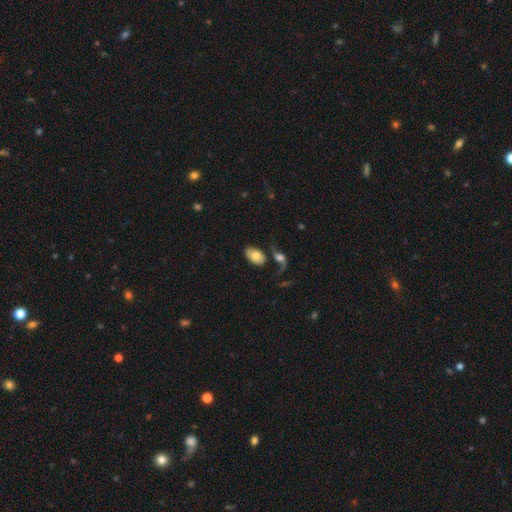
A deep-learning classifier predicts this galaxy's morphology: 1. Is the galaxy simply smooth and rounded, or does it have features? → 70% smooth, 23% featured or disk, 7% star or artifact.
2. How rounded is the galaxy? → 91% in between, 7% round, 1% cigar-shaped.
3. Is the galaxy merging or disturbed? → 50% none, 25% merger, 14% minor disturbance, 11% major disturbance.